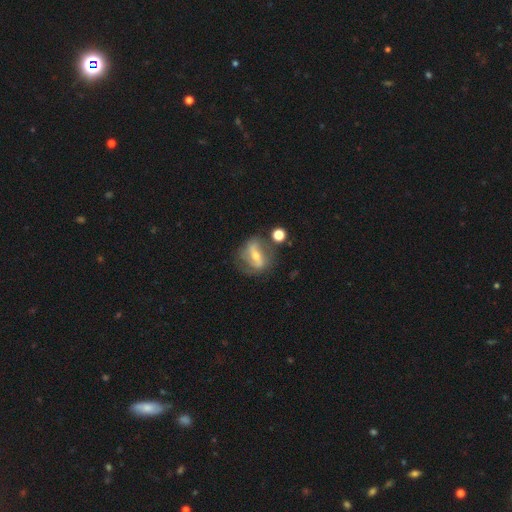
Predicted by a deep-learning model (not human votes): The model was most divided on "bulge size": moderate: 48%, small: 45%, large: 3%, none: 3%, dominant: 1%. More confident: edge-on disk — no (88%); spiral arms — yes (68%); smooth or featured — featured or disk (68%); merging — none (60%); bar — strong (59%).